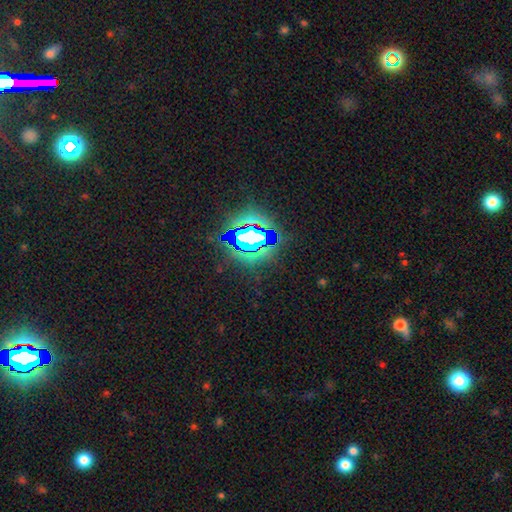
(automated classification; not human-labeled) The model was most divided on "smooth or featured": star or artifact: 80%, smooth: 11%, featured or disk: 9%.